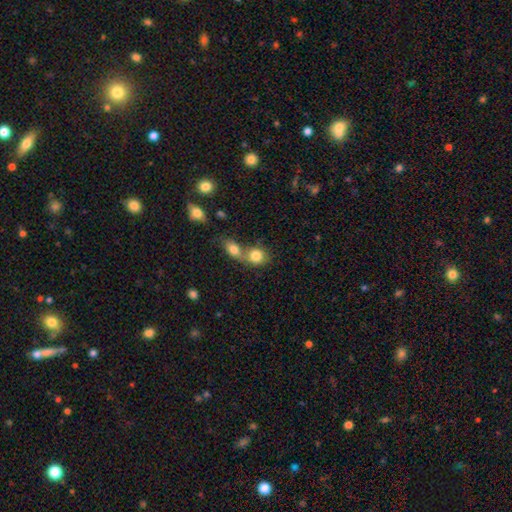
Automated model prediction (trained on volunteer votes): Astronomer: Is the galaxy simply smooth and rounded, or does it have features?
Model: smooth — 82%.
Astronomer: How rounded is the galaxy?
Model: round — 65%.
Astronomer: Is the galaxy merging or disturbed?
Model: merger — 64%.